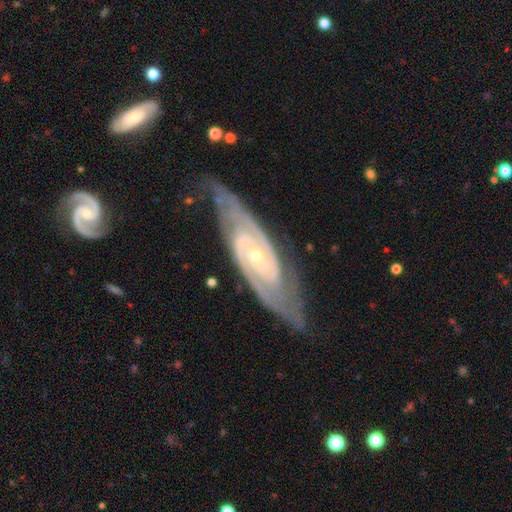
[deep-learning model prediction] Smooth or featured: featured or disk — 92% (star or artifact — 4%)
Edge-on disk: no — 93% (yes — 7%)
Bar: no — 59% (weak — 28%)
Spiral arms: yes — 98% (no — 2%)
Spiral winding: tight — 63% (medium — 32%)
Spiral arm count: 2 — 77% (3 — 8%)
Bulge size: small — 71% (moderate — 26%)
Merging: none — 74% (minor disturbance — 18%)